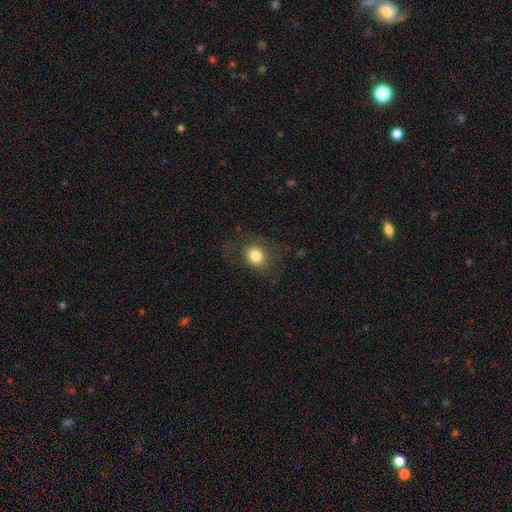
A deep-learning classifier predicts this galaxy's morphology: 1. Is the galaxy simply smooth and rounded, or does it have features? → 79% smooth, 11% featured or disk, 10% star or artifact.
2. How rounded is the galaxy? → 60% round, 39% in between, 1% cigar-shaped.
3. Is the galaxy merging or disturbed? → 69% none, 17% minor disturbance, 13% major disturbance, 1% merger.